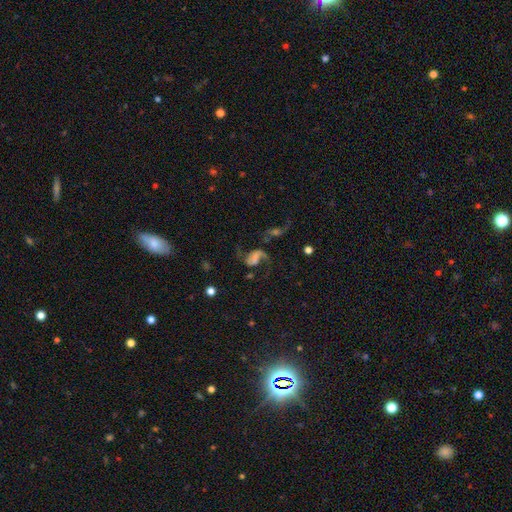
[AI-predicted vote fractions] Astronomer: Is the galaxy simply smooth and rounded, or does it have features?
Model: featured or disk — 60%.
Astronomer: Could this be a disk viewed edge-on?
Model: no — 96%.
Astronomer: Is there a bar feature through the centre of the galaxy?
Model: no — 51% (runner-up: weak, 31%).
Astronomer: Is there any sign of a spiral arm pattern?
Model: yes — 85%.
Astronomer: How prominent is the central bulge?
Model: none — 55%.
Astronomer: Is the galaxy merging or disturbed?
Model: none — 39% (runner-up: major disturbance, 35%).